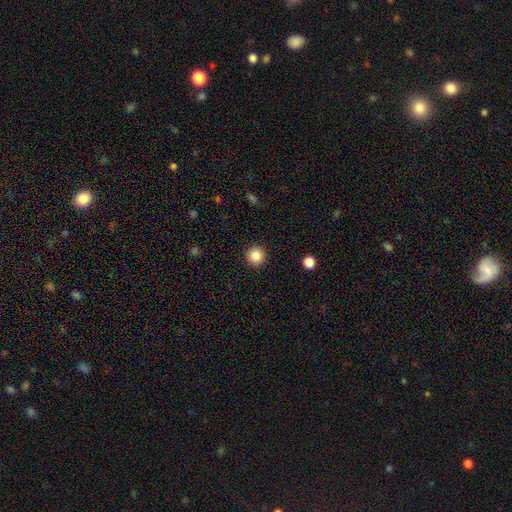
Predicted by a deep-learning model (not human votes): Overall: smooth (84%). How rounded: round (96%). Merging: none (93%).